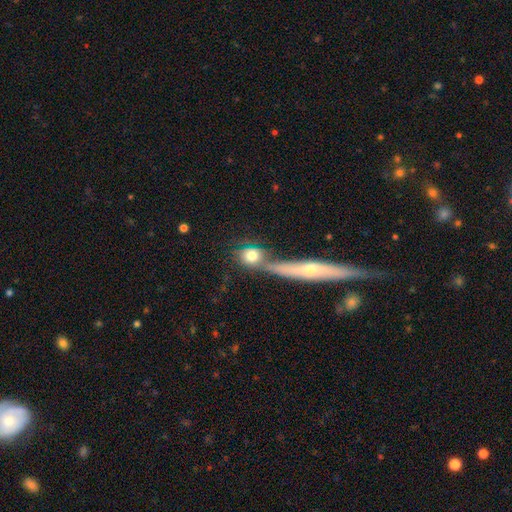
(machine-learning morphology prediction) Smooth or featured? smooth (69%)
How rounded? round (67%)
Merging? none (45%)